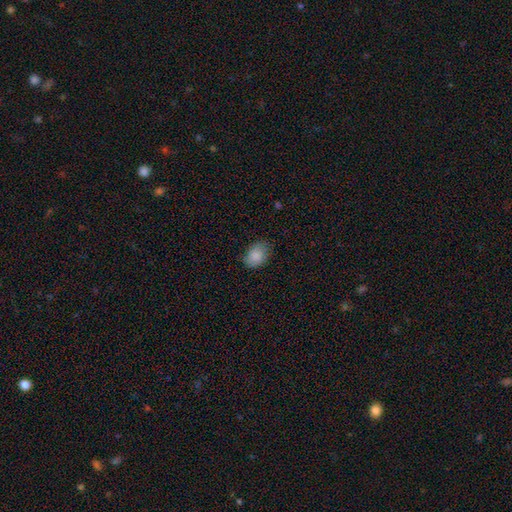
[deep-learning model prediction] A smooth galaxy with no disk features (83%) that is in between round and cigar-shaped (78%). Merging: none (70%).